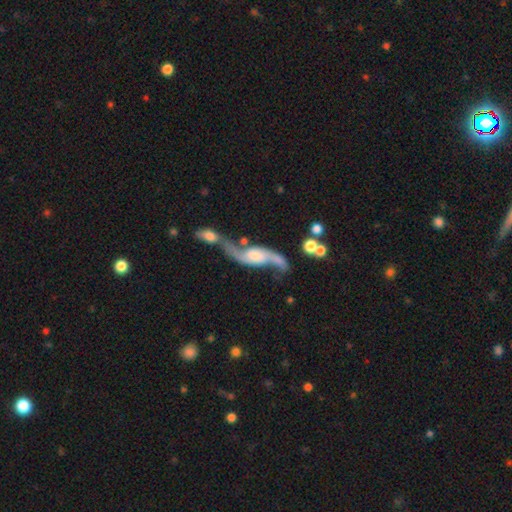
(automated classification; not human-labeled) featured or disk 84%, smooth 10%, star or artifact 6%. Down the decision tree: edge-on disk — no (88%); bar — no (58%); spiral arms — yes (94%); spiral arm count — 2 (92%); spiral winding — loose (88%); bulge size — small (34%, tied with moderate); merging — merger (46%).